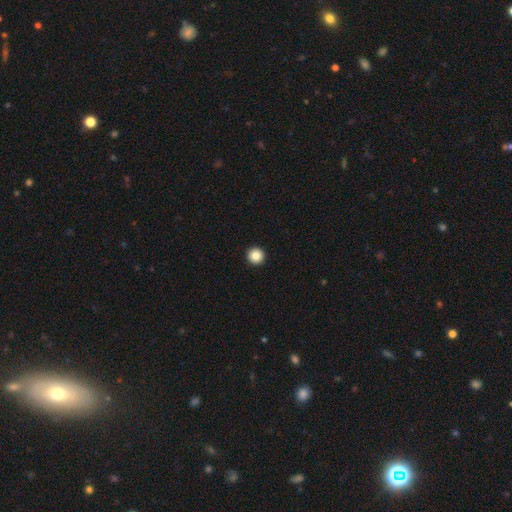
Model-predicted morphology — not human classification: This appears to be a smooth galaxy with no disk features (86%) that is round (97%). Merging: none (95%).